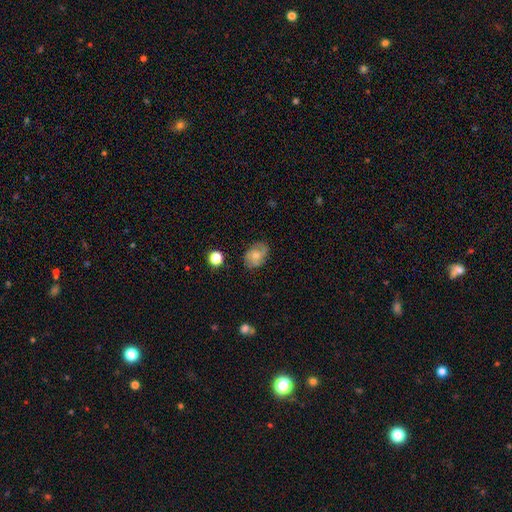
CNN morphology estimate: Q: Smooth or featured?
A: smooth (55%); runner-up: featured or disk (35%)
Q: How rounded?
A: in between (71%); runner-up: round (28%)
Q: Merging?
A: none (72%); runner-up: minor disturbance (20%)